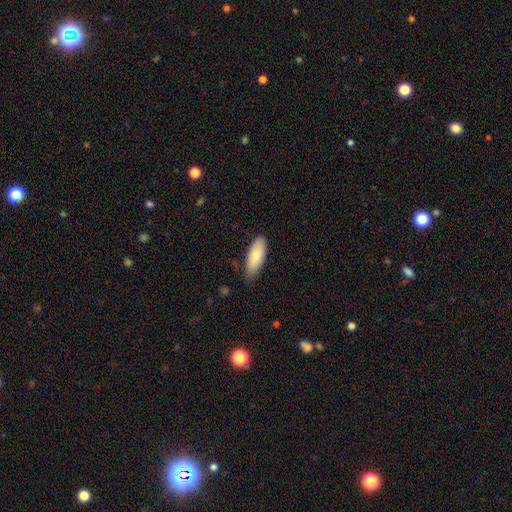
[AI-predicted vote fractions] smooth_or_featured: smooth (p=0.82) [alt: featured or disk p=0.12]
how_rounded: in between (p=0.77) [alt: cigar-shaped p=0.21]
merging: none (p=0.81) [alt: minor disturbance p=0.16]